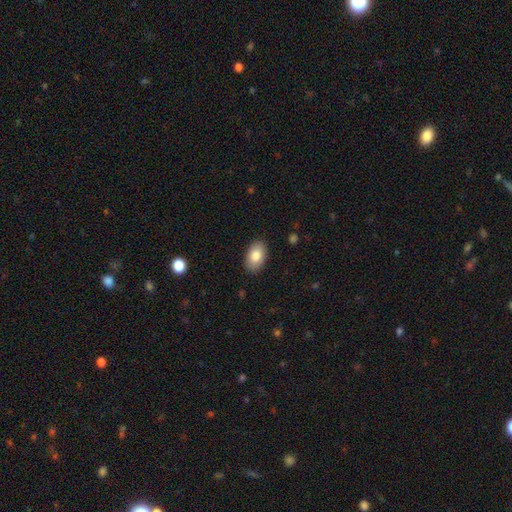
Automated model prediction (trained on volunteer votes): Smooth or featured? Predicted: smooth (p=0.83). How rounded? Predicted: in between (p=0.93). Merging? Predicted: none (p=0.88).